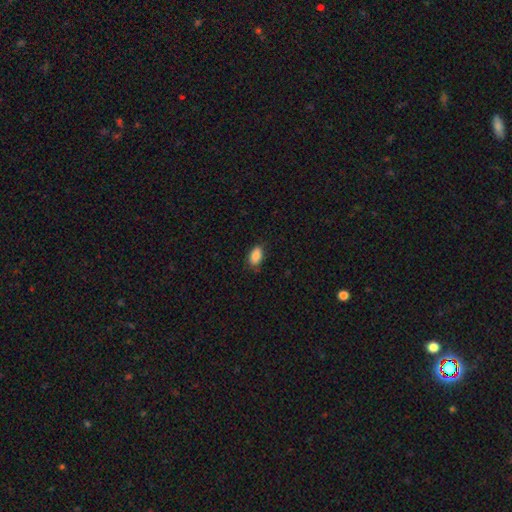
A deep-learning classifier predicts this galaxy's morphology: The model was most divided on "merging": none: 81%, minor disturbance: 15%, major disturbance: 3%, merger: 1%. More confident: how rounded — in between (92%); smooth or featured — smooth (87%).